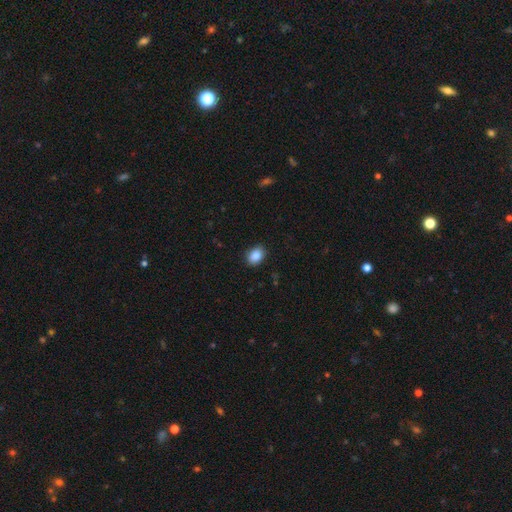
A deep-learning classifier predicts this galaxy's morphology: A smooth galaxy with no disk features (88%) that is in between round and cigar-shaped (70%). Merging: none (87%).